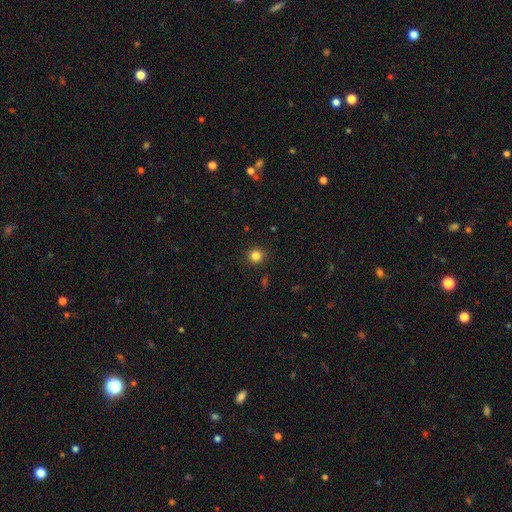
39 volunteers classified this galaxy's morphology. Smooth or featured: smooth — 95% (star or artifact — 5%)
How rounded: round — 97% (in between — 3%)
Merging: none — 95% (minor disturbance — 3%)